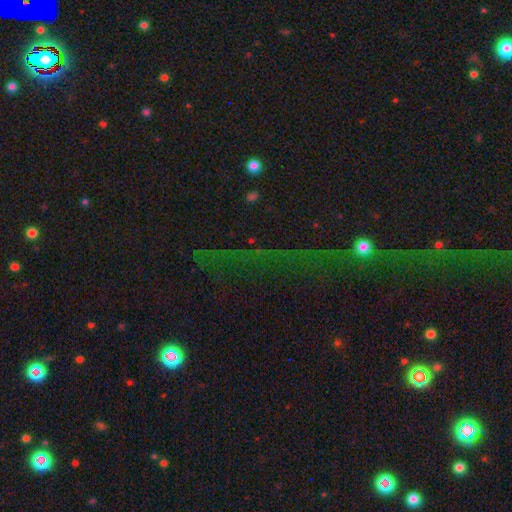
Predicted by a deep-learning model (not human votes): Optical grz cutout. It shows a star or artifact, not a galaxy (78%).